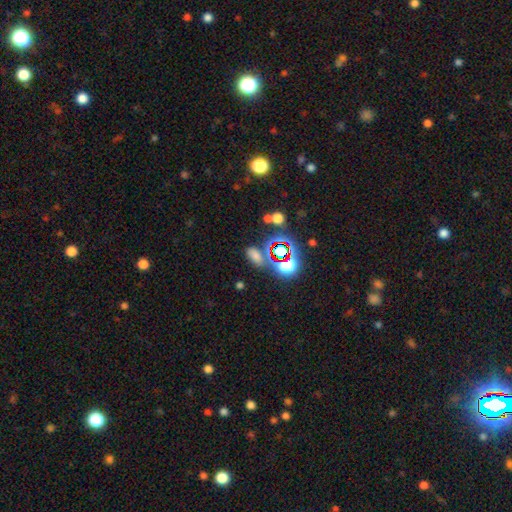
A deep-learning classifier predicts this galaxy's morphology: A smooth galaxy with no disk features (52%) that is in between round and cigar-shaped (81%). Merging: none (64%).